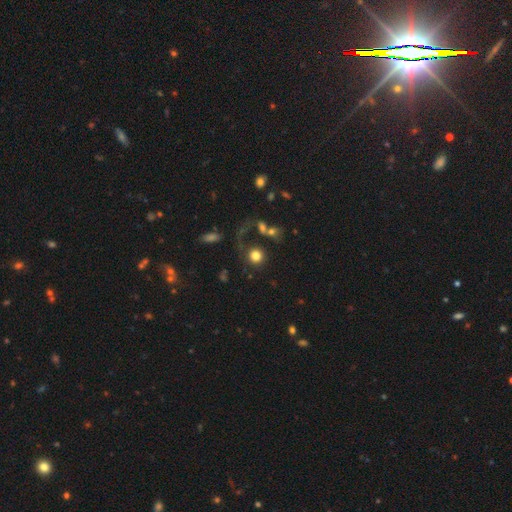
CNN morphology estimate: smooth_or_featured: smooth (p=0.77) [alt: featured or disk p=0.12]
how_rounded: round (p=0.89) [alt: in between p=0.10]
merging: none (p=0.56) [alt: major disturbance p=0.18]